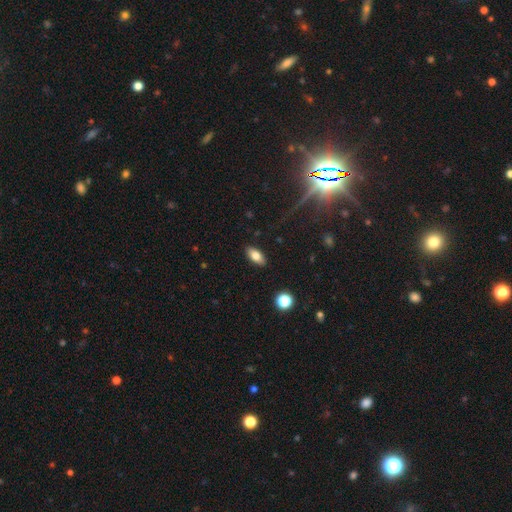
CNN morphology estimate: Overall: smooth (79%). How rounded: in between (88%). Merging: none (88%).